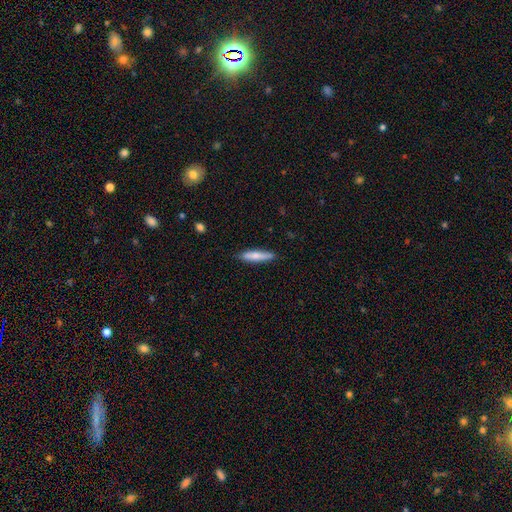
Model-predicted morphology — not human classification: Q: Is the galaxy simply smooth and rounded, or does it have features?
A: smooth — 72%.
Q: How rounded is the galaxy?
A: cigar-shaped — 84%.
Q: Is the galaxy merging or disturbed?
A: none — 84%.